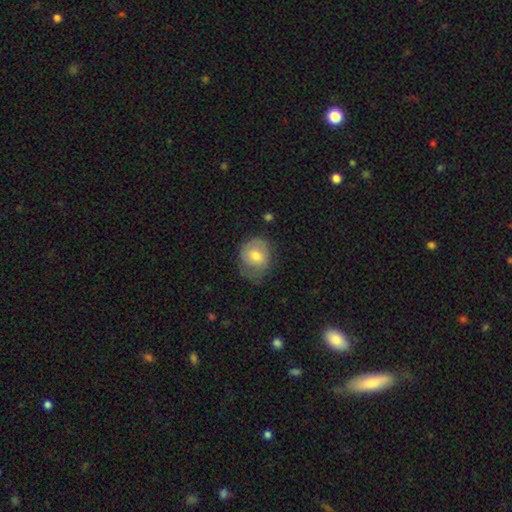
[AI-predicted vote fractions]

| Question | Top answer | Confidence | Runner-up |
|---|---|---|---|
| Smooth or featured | smooth | 67% | featured or disk (26%) |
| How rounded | round | 66% | in between (33%) |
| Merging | none | 46% | minor disturbance (35%) |